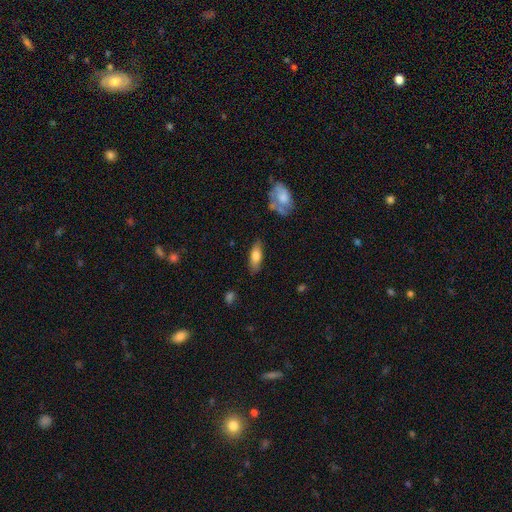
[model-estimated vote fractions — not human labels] Smooth or featured?
  - smooth: 71% *
  - featured or disk: 22%
  - star or artifact: 7%
How rounded?
  - in between: 68% *
  - cigar-shaped: 29%
  - round: 3%
Merging?
  - none: 81% *
  - minor disturbance: 14%
  - major disturbance: 3%
  - merger: 2%